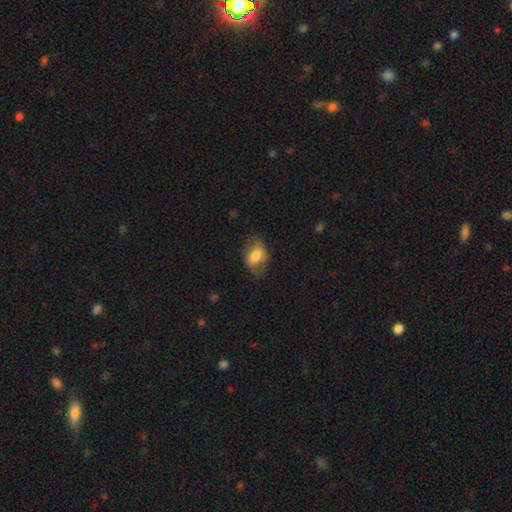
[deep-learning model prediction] smooth 69%, featured or disk 24%, star or artifact 7%. Down the decision tree: how rounded — in between (84%); merging — none (63%).